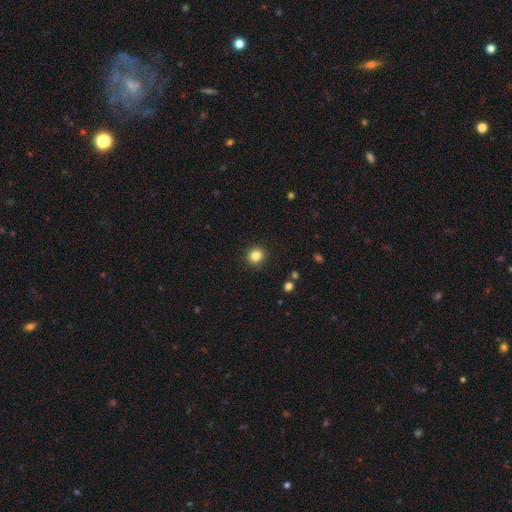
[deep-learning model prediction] The model was most divided on "smooth or featured": smooth: 84%, star or artifact: 11%, featured or disk: 5%. More confident: merging — none (91%); how rounded — round (87%).